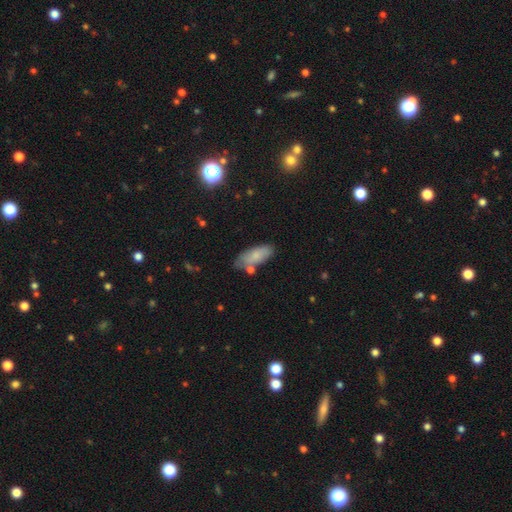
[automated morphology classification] Overall: smooth (76%). How rounded: in between (80%). Merging: none (69%).